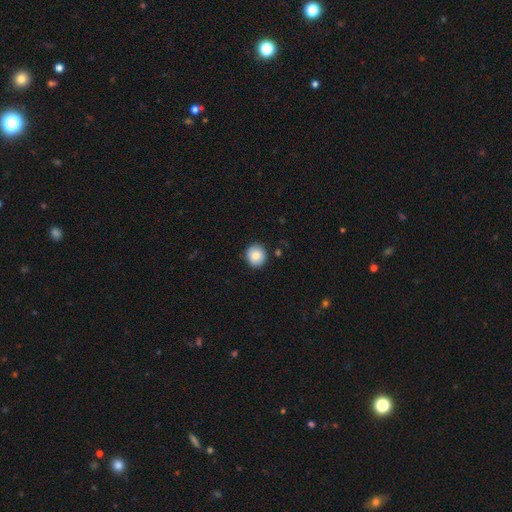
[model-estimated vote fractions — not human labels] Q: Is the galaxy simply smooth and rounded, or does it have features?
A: smooth — 84%.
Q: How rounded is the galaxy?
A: round — 91%.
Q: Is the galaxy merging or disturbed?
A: none — 89%.